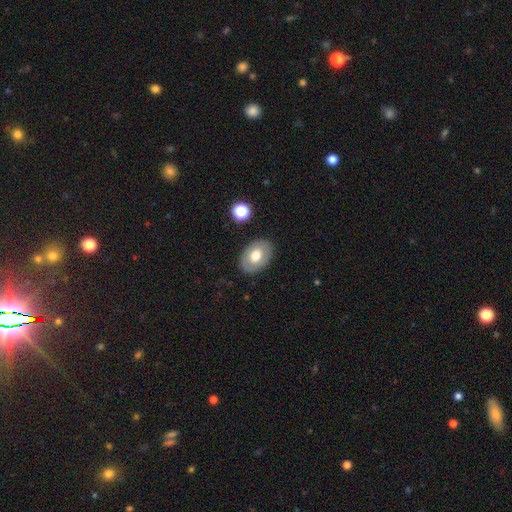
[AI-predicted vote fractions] Smooth or featured? smooth (61%)
How rounded? in between (80%)
Merging? none (85%)